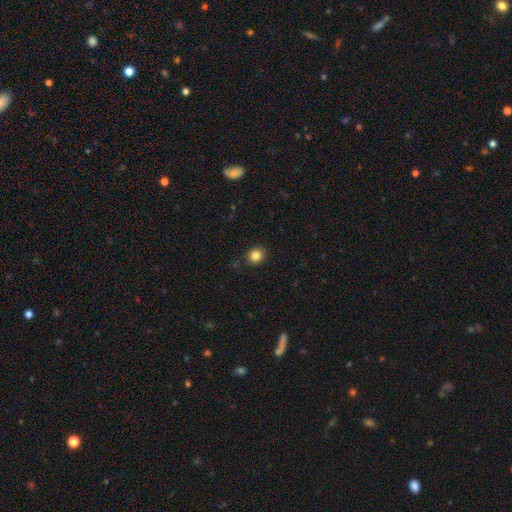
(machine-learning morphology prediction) Smooth or featured: smooth — 84% (star or artifact — 11%)
How rounded: round — 81% (in between — 18%)
Merging: none — 87% (minor disturbance — 9%)